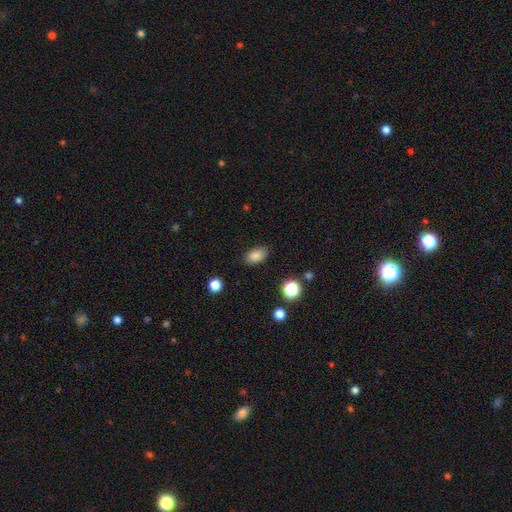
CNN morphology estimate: A smooth galaxy with no disk features (84%) that is in between round and cigar-shaped (88%). Merging: none (83%).